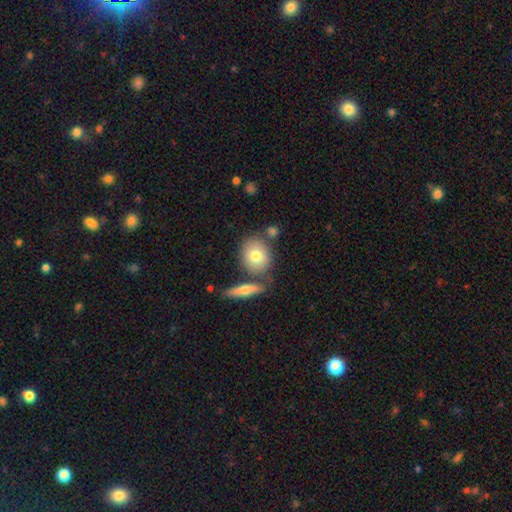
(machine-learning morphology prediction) Q: Smooth or featured?
A: smooth (76%); runner-up: featured or disk (16%)
Q: How rounded?
A: round (65%); runner-up: in between (33%)
Q: Merging?
A: none (66%); runner-up: merger (18%)